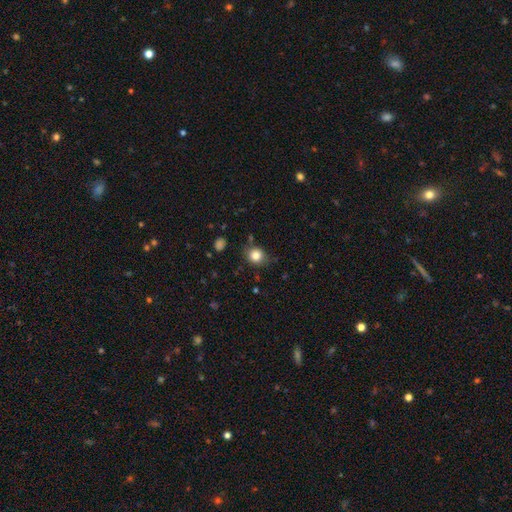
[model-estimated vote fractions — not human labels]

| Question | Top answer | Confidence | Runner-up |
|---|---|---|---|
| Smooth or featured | smooth | 83% | star or artifact (11%) |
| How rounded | round | 77% | in between (22%) |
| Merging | none | 78% | minor disturbance (16%) |